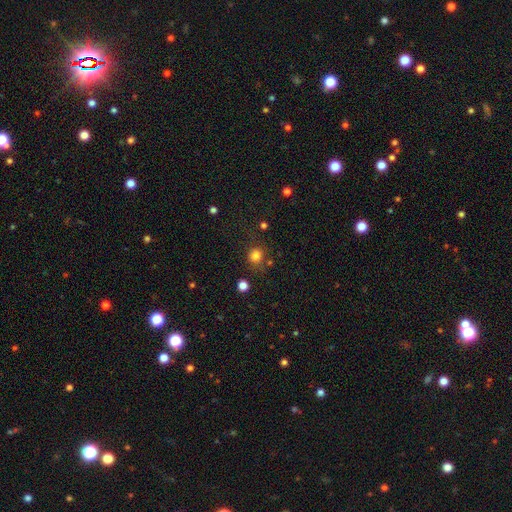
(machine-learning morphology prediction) Smooth or featured? Predicted: smooth (p=0.81). How rounded? Predicted: round (p=0.86). Merging? Predicted: none (p=0.75).